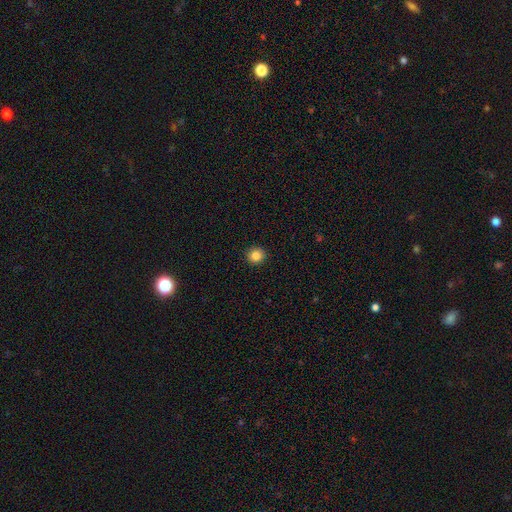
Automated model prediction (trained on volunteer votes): Overall: smooth (84%). How rounded: round (92%). Merging: none (93%).